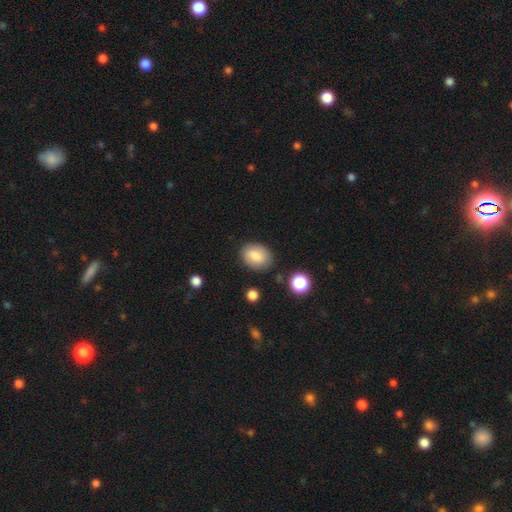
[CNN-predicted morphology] smooth-or-featured: smooth: 81% | featured or disk: 10% | star or artifact: 8%
  how-rounded: in between: 68% | round: 31% | cigar-shaped: 1%
  merging: none: 81% | minor disturbance: 13% | major disturbance: 3% | merger: 3%